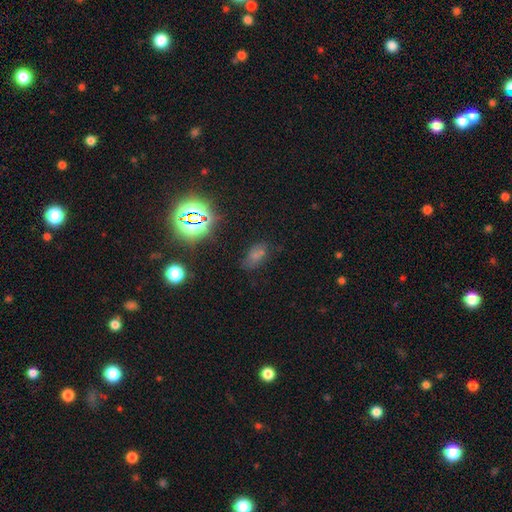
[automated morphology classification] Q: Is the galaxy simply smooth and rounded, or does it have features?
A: smooth — 49%.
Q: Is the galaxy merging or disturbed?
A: none — 69%.